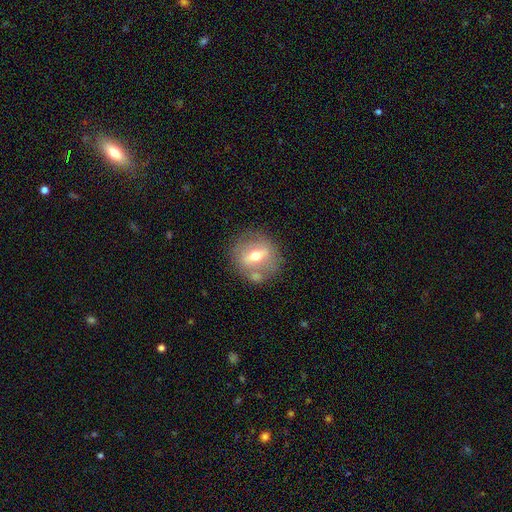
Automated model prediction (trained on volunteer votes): featured or disk 53%, smooth 39%, star or artifact 9%. Down the decision tree: edge-on disk — no (81%); merging — none (69%).